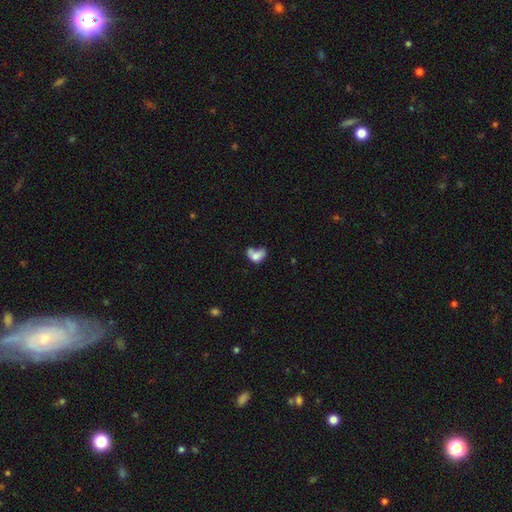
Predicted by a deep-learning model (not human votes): This appears to be a smooth galaxy with no disk features (69%) that is in between round and cigar-shaped (75%). Merging: merger (32%).